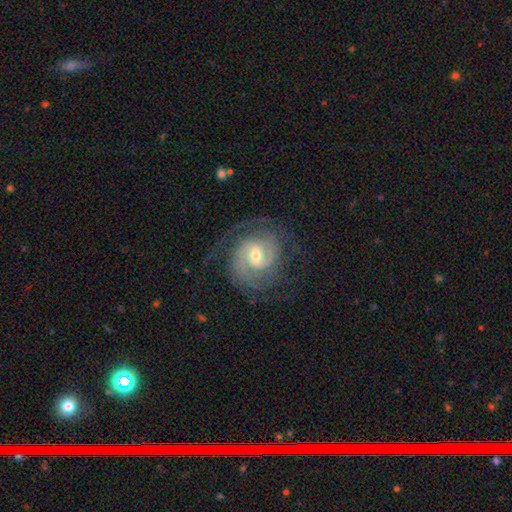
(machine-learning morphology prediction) smooth_or_featured: featured or disk (p=0.90) [alt: star or artifact p=0.05]
disk_edge_on: no (p=0.98) [alt: yes p=0.02]
bar: weak (p=0.51) [alt: no p=0.33]
has_spiral_arms: yes (p=0.98) [alt: no p=0.02]
spiral_winding: tight (p=0.58) [alt: medium p=0.35]
spiral_arm_count: 2 (p=0.67) [alt: 3 p=0.13]
bulge_size: moderate (p=0.58) [alt: small p=0.37]
merging: none (p=0.75) [alt: minor disturbance p=0.15]